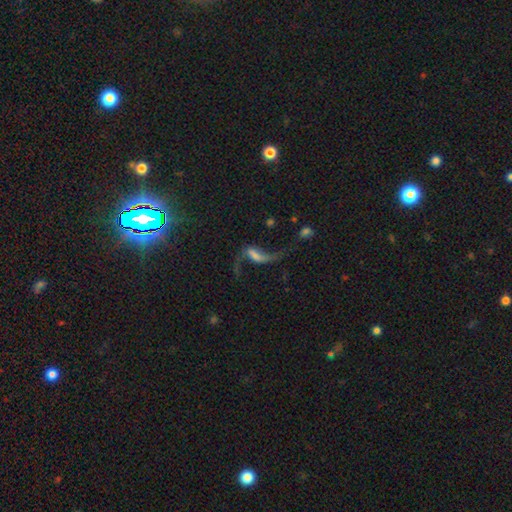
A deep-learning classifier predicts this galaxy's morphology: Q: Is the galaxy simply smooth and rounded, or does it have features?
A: featured or disk — 68%.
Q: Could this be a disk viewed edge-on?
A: no — 92%.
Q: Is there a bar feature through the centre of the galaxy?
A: strong — 39%.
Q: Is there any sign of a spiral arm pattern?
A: yes — 84%.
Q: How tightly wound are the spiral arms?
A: loose — 93%.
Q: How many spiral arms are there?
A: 2 — 88%.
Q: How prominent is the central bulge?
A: none — 47%.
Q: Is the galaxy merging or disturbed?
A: none — 41%.